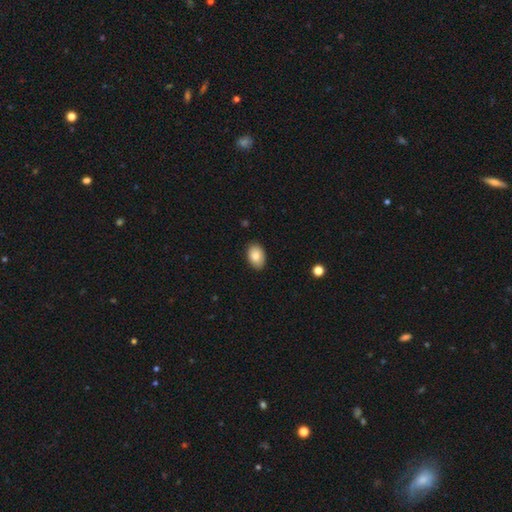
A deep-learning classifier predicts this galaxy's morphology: Smooth or featured: smooth — 85% (featured or disk — 8%)
How rounded: in between — 86% (round — 13%)
Merging: none — 86% (minor disturbance — 11%)